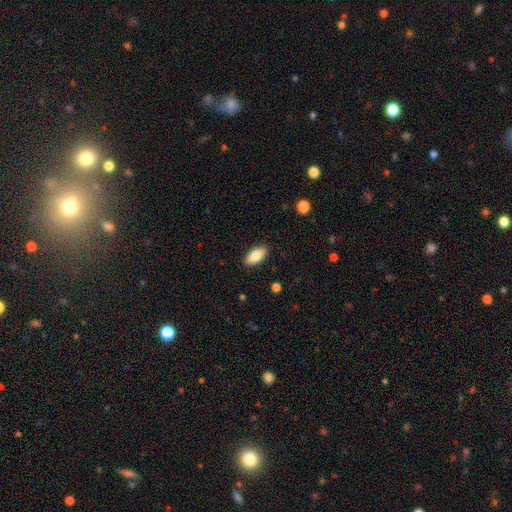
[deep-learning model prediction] Smooth or featured? Predicted: smooth (p=0.86). How rounded? Predicted: in between (p=0.90). Merging? Predicted: none (p=0.88).